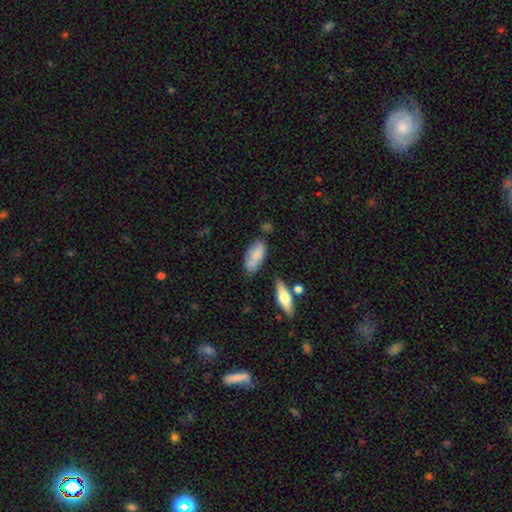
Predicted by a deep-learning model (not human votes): Smooth or featured? smooth (77%)
How rounded? in between (85%)
Merging? none (64%)